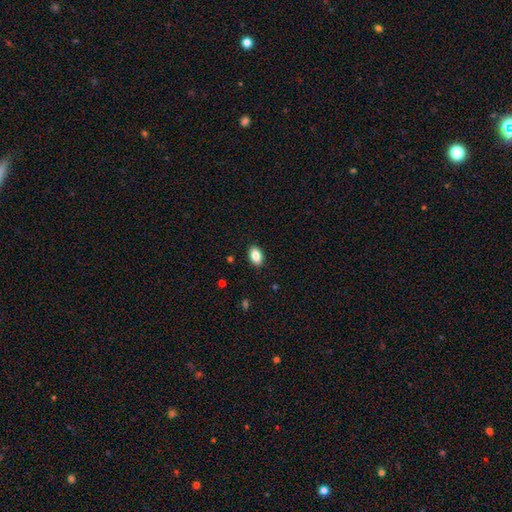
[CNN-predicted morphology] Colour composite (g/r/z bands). It shows a smooth galaxy with no disk features (85%) that is in between round and cigar-shaped (90%). Merging: none (90%).